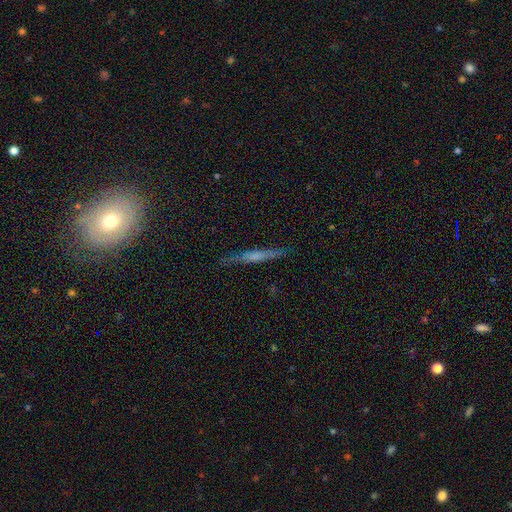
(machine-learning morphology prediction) Smooth or featured?
  - featured or disk: 55% *
  - smooth: 35%
  - star or artifact: 10%
Edge-on disk?
  - yes: 95% *
  - no: 5%
Edge-on bulge?
  - none: 47% *
  - rounded: 36%
  - boxy: 18%
Merging?
  - none: 87% *
  - minor disturbance: 10%
  - major disturbance: 2%
  - merger: 1%